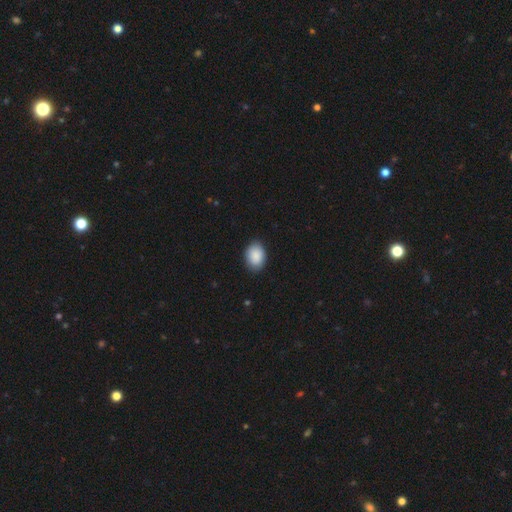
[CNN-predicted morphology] smooth_or_featured: smooth (p=0.90) [alt: star or artifact p=0.07]
how_rounded: in between (p=0.73) [alt: round p=0.26]
merging: none (p=0.86) [alt: minor disturbance p=0.11]